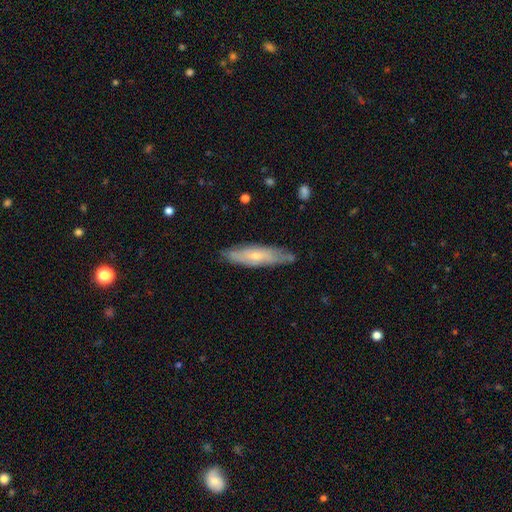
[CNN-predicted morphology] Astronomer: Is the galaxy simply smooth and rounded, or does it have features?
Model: featured or disk — 47%, tied with smooth at 47%.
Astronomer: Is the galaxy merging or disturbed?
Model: none — 77%.